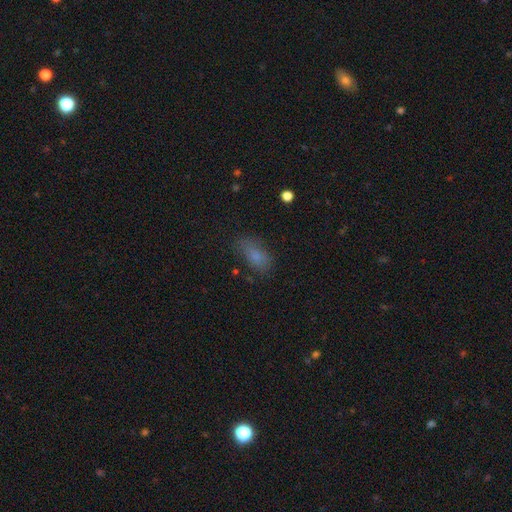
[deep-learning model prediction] The model was most divided on "merging": none: 68%, minor disturbance: 22%, major disturbance: 8%, merger: 2%. More confident: how rounded — in between (86%); smooth or featured — smooth (77%).